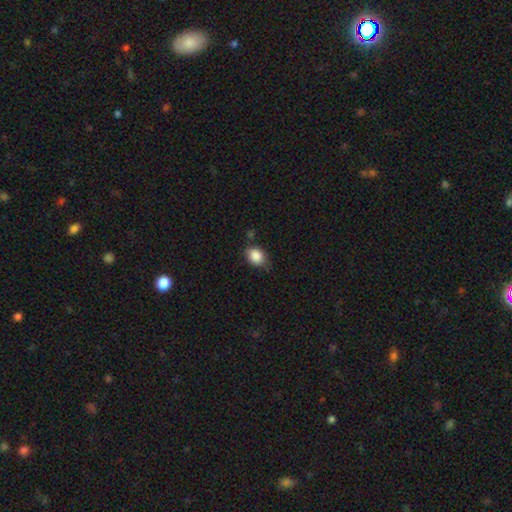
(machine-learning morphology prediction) smooth_or_featured: smooth (p=0.86) [alt: star or artifact p=0.09]
how_rounded: in between (p=0.55) [alt: round p=0.43]
merging: none (p=0.66) [alt: minor disturbance p=0.26]